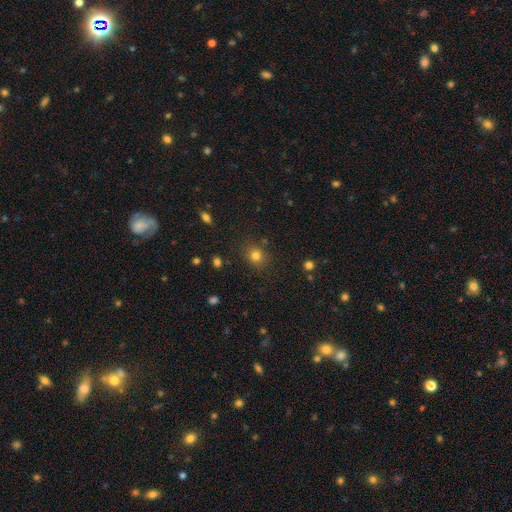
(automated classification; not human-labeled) Morphology: type=smooth (79%); roundness=round (81%); merging=none (84%).